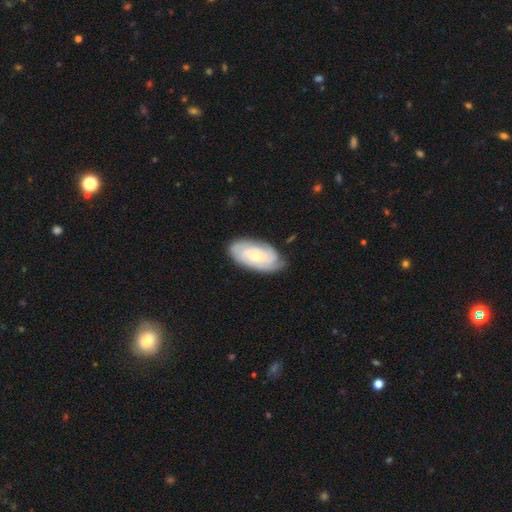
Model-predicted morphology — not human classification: A featured or disk galaxy (67%) with no bar (72%), tight (72%) spiral arms (91%) and a small central bulge (61%). Merging: none (78%).